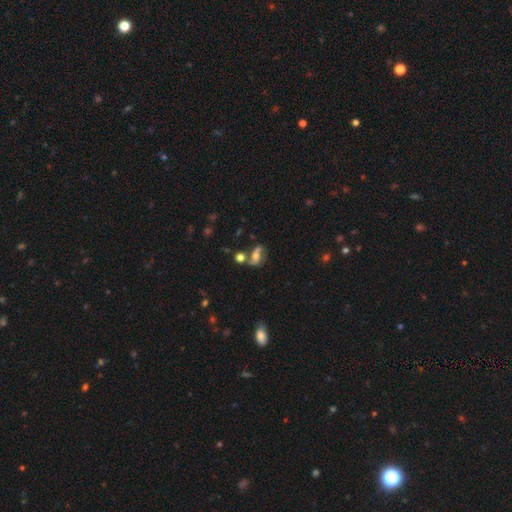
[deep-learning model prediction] Overall: featured or disk (48%; smooth 38%). Merging: none (46%; merger 29%).